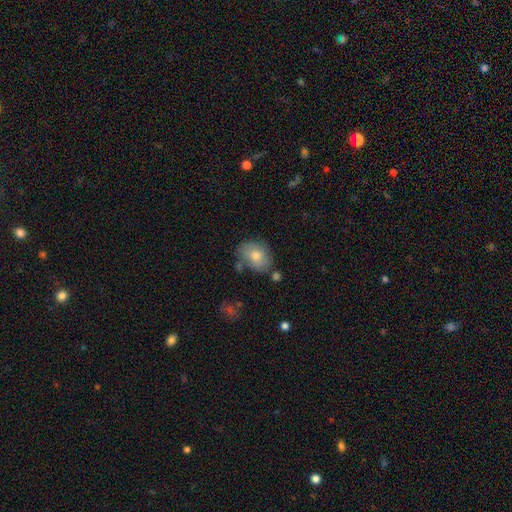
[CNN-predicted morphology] Smooth or featured?
  - smooth: 72% *
  - featured or disk: 19%
  - star or artifact: 9%
How rounded?
  - in between: 62% *
  - round: 36%
  - cigar-shaped: 1%
Merging?
  - none: 65% *
  - minor disturbance: 21%
  - merger: 8%
  - major disturbance: 5%